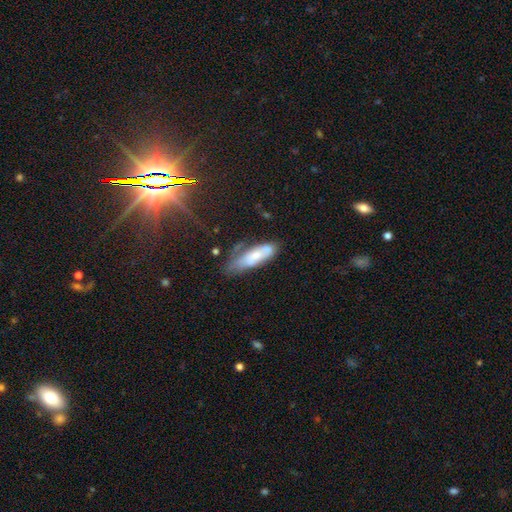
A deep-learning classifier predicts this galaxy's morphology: This appears to be a smooth galaxy with no disk features (55%) that is in between round and cigar-shaped (57%). Merging: none (43%).